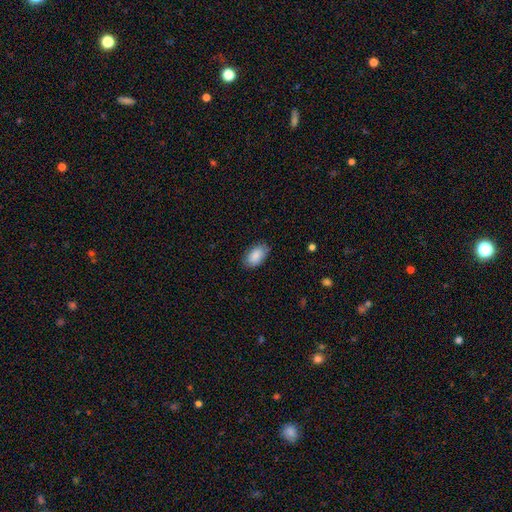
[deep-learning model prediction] The model was most divided on "merging": none: 82%, minor disturbance: 14%, major disturbance: 3%, merger: 1%. More confident: how rounded — in between (94%); smooth or featured — smooth (85%).